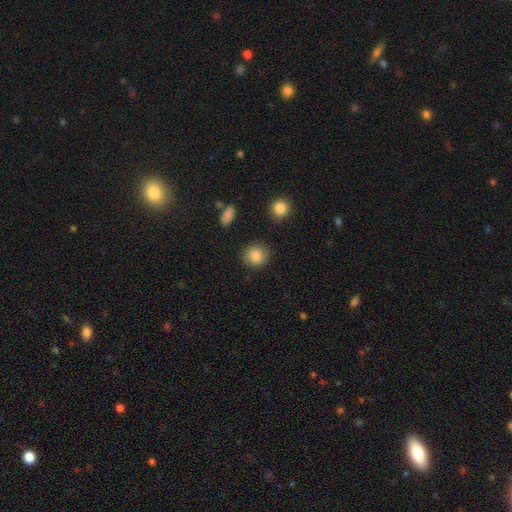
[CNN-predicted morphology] This is clearly a smooth galaxy (85%). How rounded: clearly round (84%). Merging: clearly none (87%).